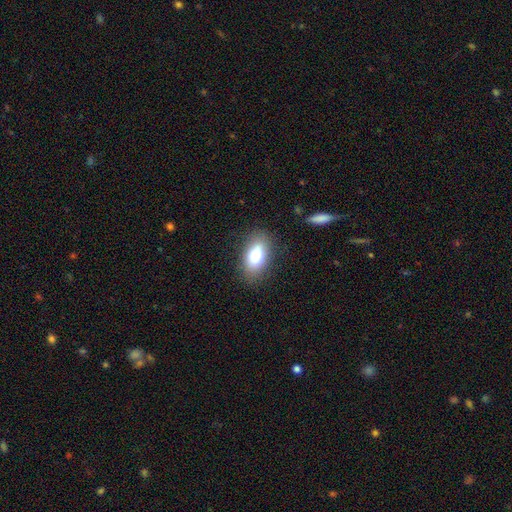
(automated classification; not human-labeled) This is likely a smooth galaxy (79%). How rounded: clearly in between (90%). Merging: clearly none (83%).